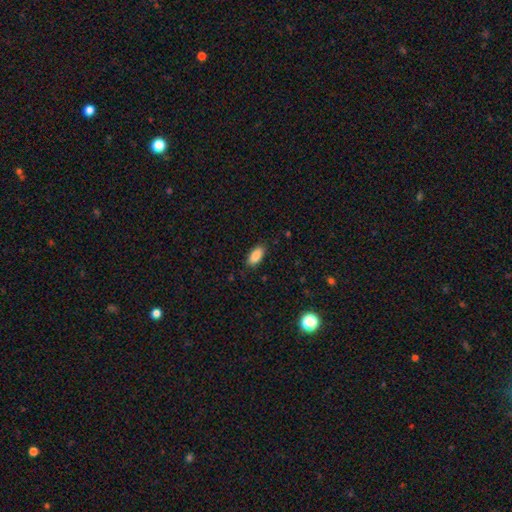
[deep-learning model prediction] A smooth galaxy with no disk features (88%) that is in between round and cigar-shaped (90%). Merging: none (86%).